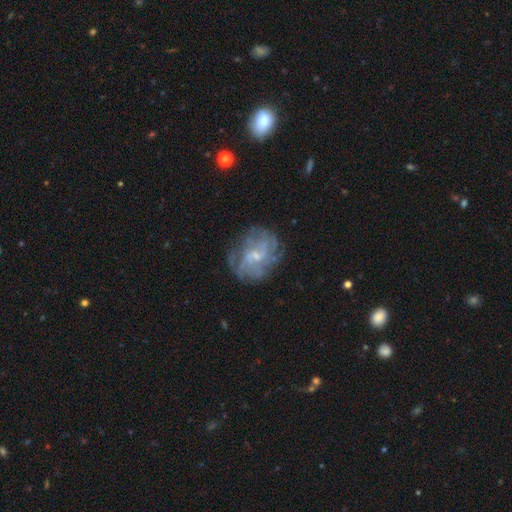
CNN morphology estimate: This appears to be a featured or disk galaxy (74%) with a weak bar (49%), tight (39%) spiral arms (81%) and a small central bulge (61%). Merging: none (68%).